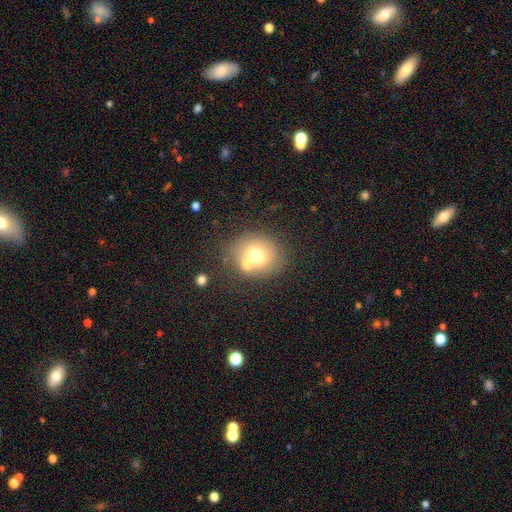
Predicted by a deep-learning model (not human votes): Overall: smooth (67%). How rounded: round (70%). Merging: none (51%; merger 32%).